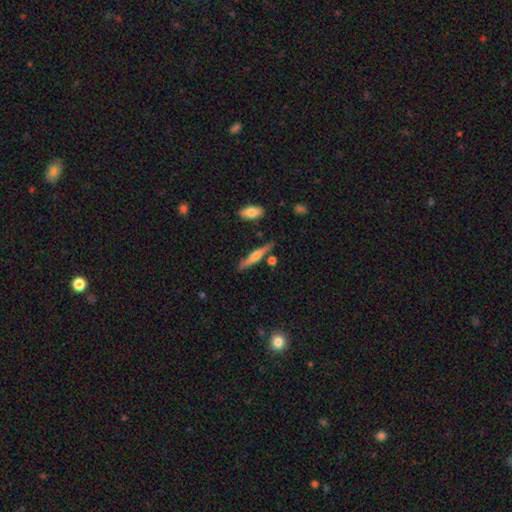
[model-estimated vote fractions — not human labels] Smooth or featured: featured or disk — 49% (smooth — 45%)
Merging: none — 80% (minor disturbance — 12%)